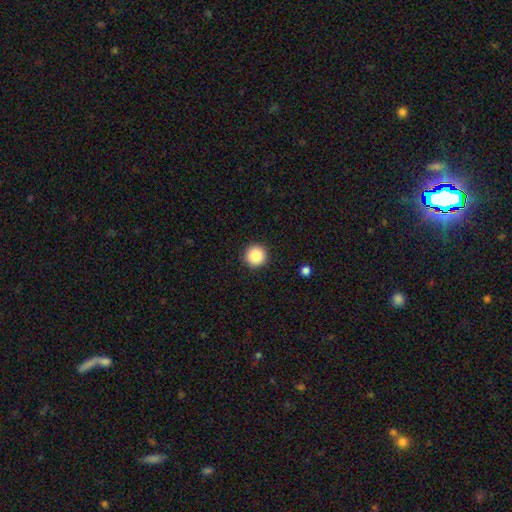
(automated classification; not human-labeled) Smooth or featured? smooth (87%)
How rounded? round (96%)
Merging? none (93%)